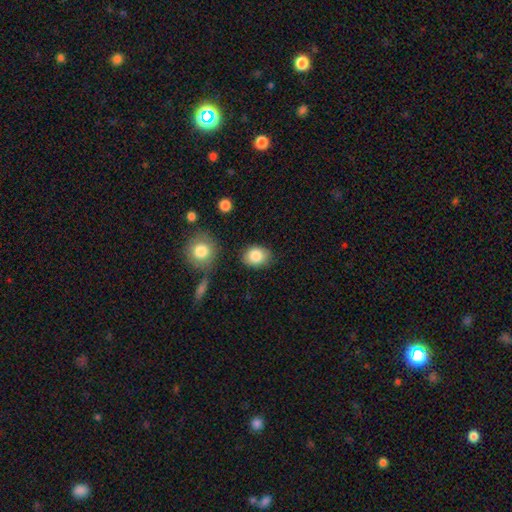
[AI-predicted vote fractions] smooth-or-featured: smooth: 85% | star or artifact: 8% | featured or disk: 7%
  how-rounded: in between: 61% | round: 38% | cigar-shaped: 1%
  merging: none: 78% | minor disturbance: 15% | merger: 4% | major disturbance: 3%